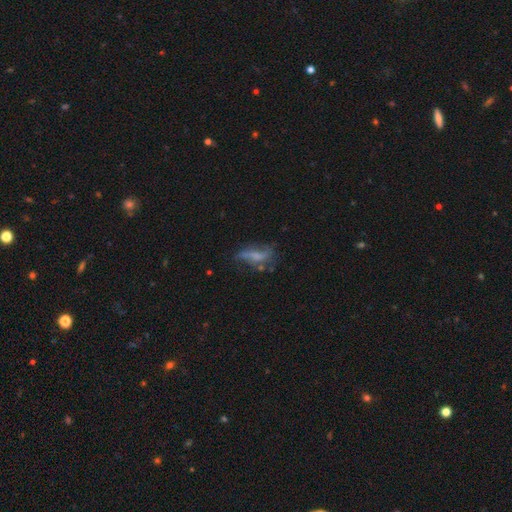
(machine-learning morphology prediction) A featured or disk galaxy (54%). Merging: none (43%).